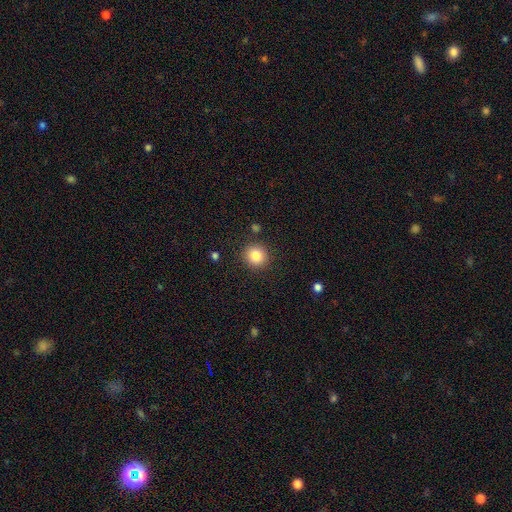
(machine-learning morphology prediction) A smooth galaxy with no disk features (84%) that is round (91%). Merging: none (88%).